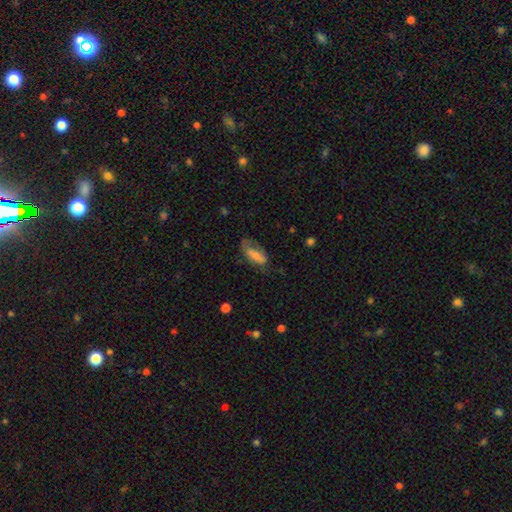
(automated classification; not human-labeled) This is possibly a smooth galaxy (54%). How rounded: clearly in between (82%). Merging: possibly none (51%).